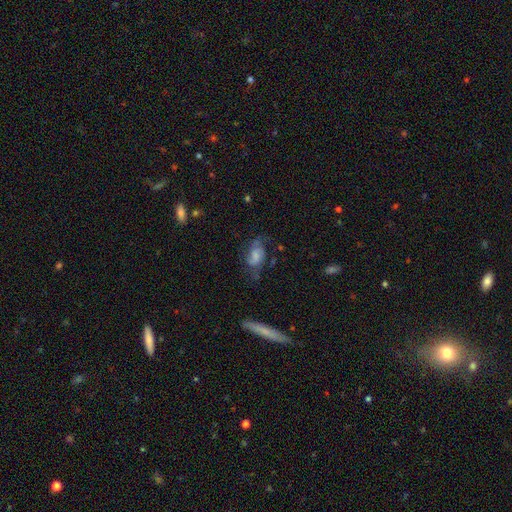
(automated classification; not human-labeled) smooth_or_featured: featured or disk (p=0.49) [alt: smooth p=0.41]
merging: none (p=0.50) [alt: minor disturbance p=0.26]